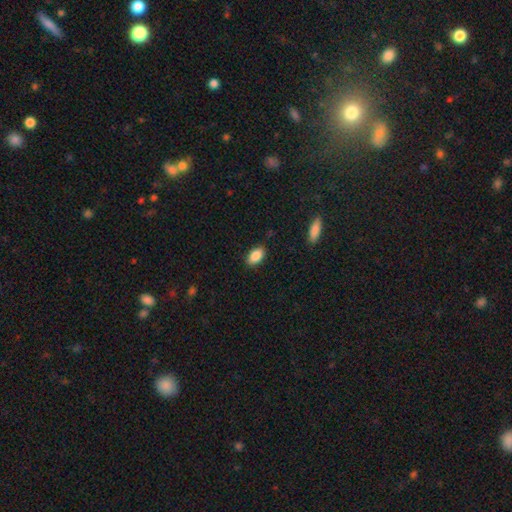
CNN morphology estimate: Smooth or featured?
  - smooth: 89% *
  - star or artifact: 7%
  - featured or disk: 4%
How rounded?
  - in between: 92% *
  - round: 5%
  - cigar-shaped: 3%
Merging?
  - none: 85% *
  - minor disturbance: 11%
  - major disturbance: 2%
  - merger: 1%